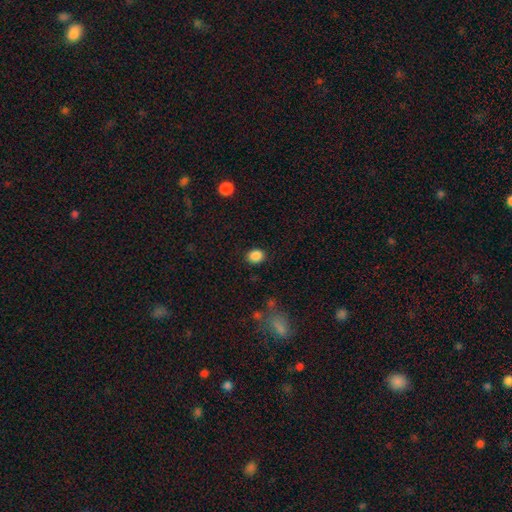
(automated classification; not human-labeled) Smooth or featured?
  - smooth: 87% *
  - star or artifact: 10%
  - featured or disk: 3%
How rounded?
  - round: 55% *
  - in between: 44%
  - cigar-shaped: 1%
Merging?
  - none: 87% *
  - minor disturbance: 9%
  - major disturbance: 3%
  - merger: 2%